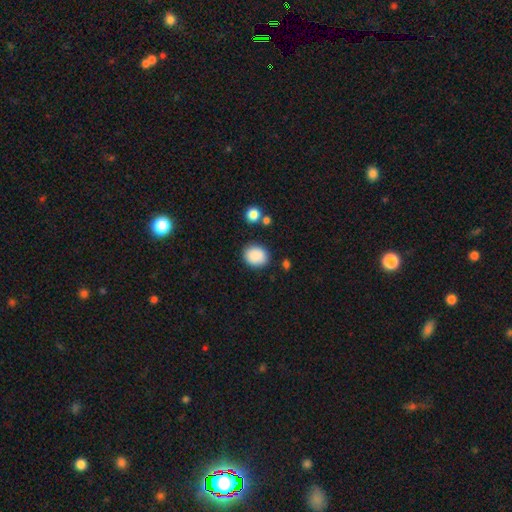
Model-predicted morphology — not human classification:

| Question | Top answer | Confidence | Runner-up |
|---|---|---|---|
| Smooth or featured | smooth | 88% | star or artifact (8%) |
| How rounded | round | 60% | in between (39%) |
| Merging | none | 83% | minor disturbance (11%) |